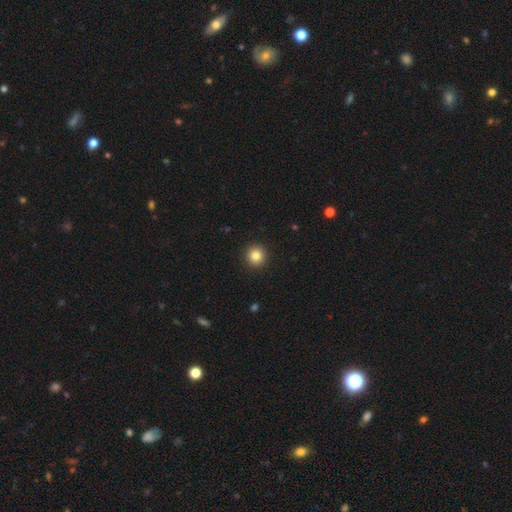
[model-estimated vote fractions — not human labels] smooth-or-featured: smooth: 84% | star or artifact: 11% | featured or disk: 5%
  how-rounded: round: 94% | in between: 5% | cigar-shaped: 1%
  merging: none: 92% | minor disturbance: 5% | major disturbance: 2% | merger: 1%